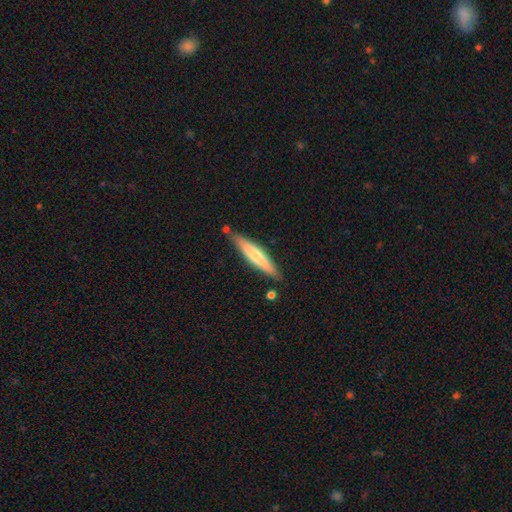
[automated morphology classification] Smooth or featured: smooth — 59% (featured or disk — 36%)
How rounded: cigar-shaped — 89% (in between — 10%)
Merging: none — 82% (minor disturbance — 12%)